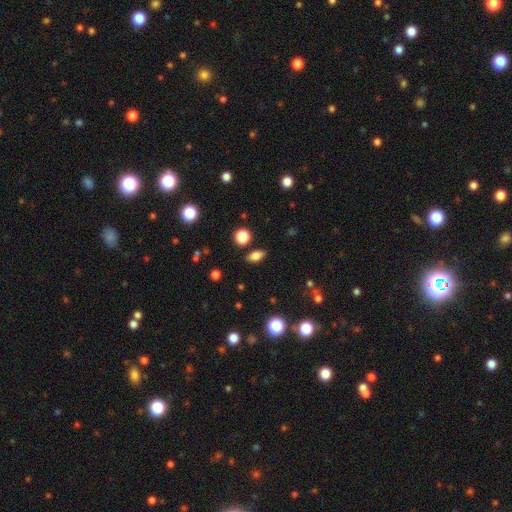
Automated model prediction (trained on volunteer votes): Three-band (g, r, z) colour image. It shows a smooth galaxy with no disk features (78%) that is in between round and cigar-shaped (82%). Merging: none (84%).